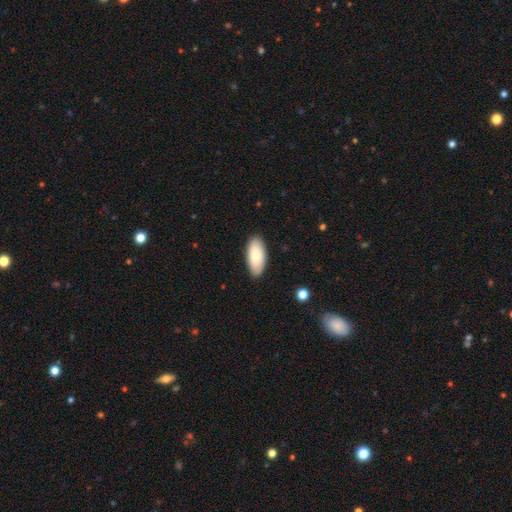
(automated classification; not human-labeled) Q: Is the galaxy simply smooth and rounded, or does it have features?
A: smooth — 83%.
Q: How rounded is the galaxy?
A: in between — 90%.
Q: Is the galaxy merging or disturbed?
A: none — 87%.